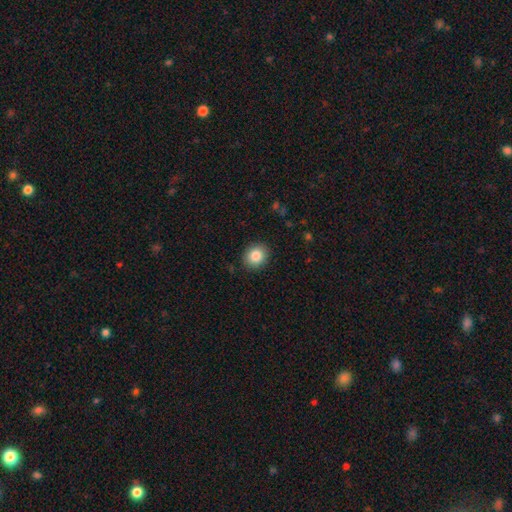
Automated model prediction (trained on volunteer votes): Smooth or featured: smooth — 84% (star or artifact — 9%)
How rounded: round — 68% (in between — 31%)
Merging: none — 89% (minor disturbance — 8%)